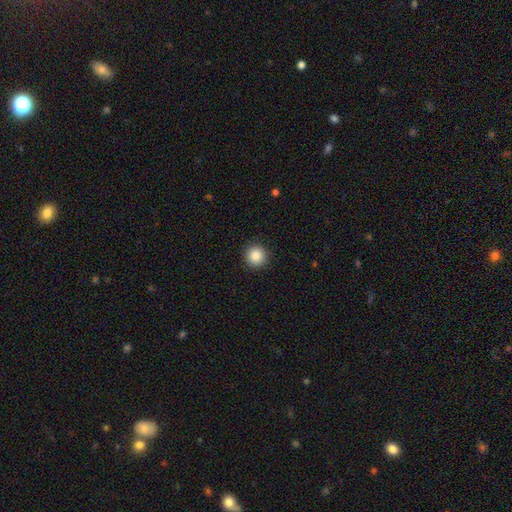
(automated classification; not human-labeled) The model was most divided on "smooth or featured": smooth: 87%, star or artifact: 9%, featured or disk: 4%. More confident: how rounded — round (95%); merging — none (92%).